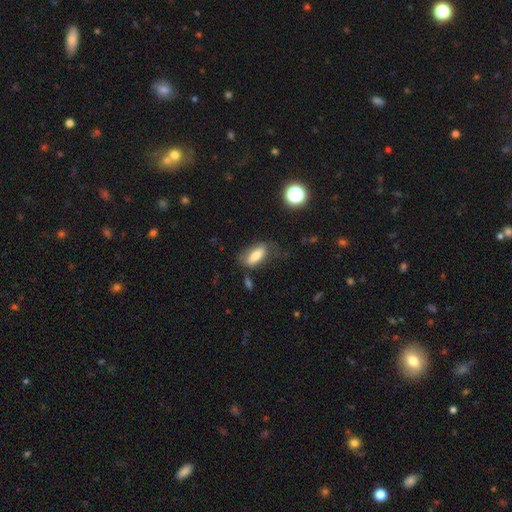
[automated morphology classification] The model was most divided on "merging": none: 52%, minor disturbance: 28%, major disturbance: 16%, merger: 4%. More confident: how rounded — in between (76%); smooth or featured — smooth (75%).